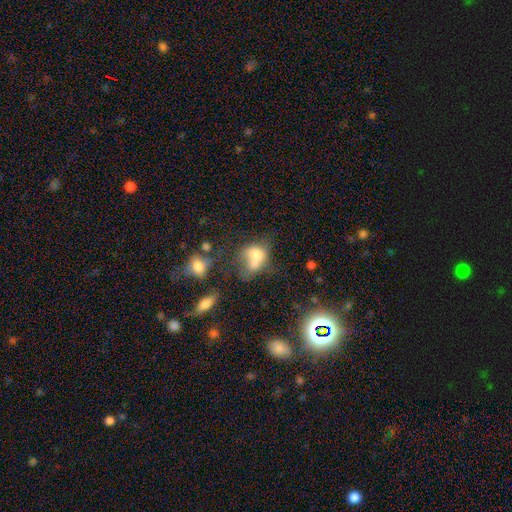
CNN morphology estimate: smooth-or-featured: smooth: 67% | featured or disk: 21% | star or artifact: 12%
  how-rounded: in between: 58% | round: 41% | cigar-shaped: 1%
  merging: merger: 53% | none: 20% | major disturbance: 14% | minor disturbance: 13%